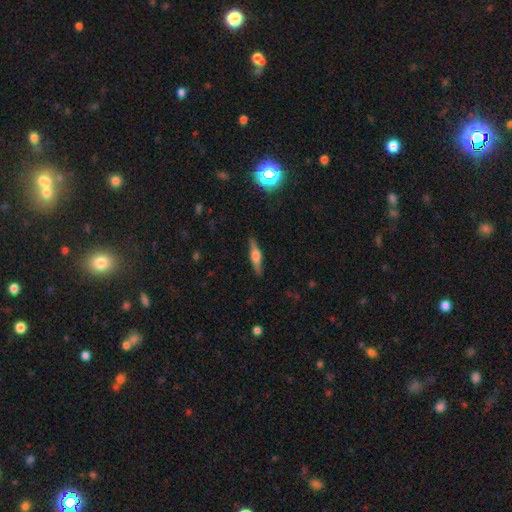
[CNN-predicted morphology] The model was most divided on "smooth or featured": featured or disk: 58%, smooth: 35%, star or artifact: 7%. More confident: edge-on disk — yes (96%); merging — none (88%); edge-on bulge — rounded (87%).